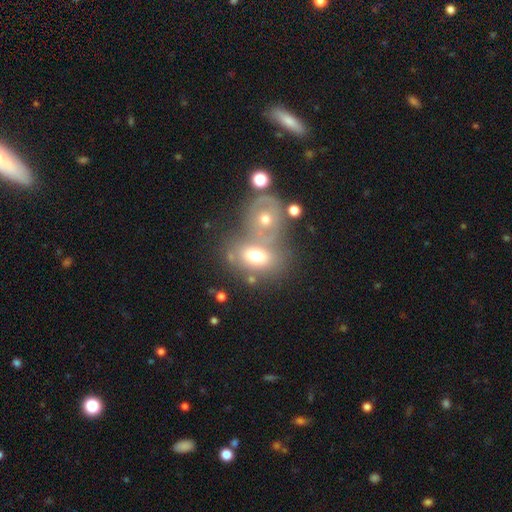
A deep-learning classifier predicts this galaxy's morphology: Smooth or featured: smooth — 61% (featured or disk — 28%)
How rounded: in between — 76% (round — 22%)
Merging: merger — 47% (none — 34%)